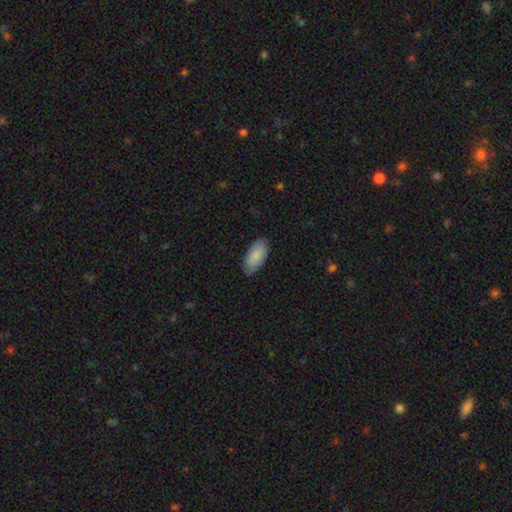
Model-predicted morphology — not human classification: Smooth or featured? smooth (85%)
How rounded? in between (92%)
Merging? none (82%)